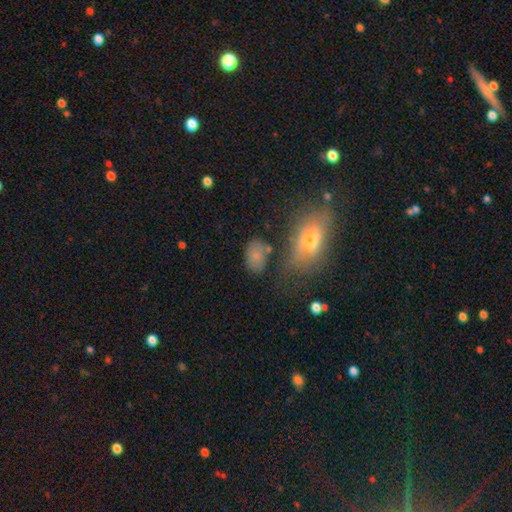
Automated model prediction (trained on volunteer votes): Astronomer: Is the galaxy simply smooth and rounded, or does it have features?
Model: smooth — 76%.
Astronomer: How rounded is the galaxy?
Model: in between — 82%.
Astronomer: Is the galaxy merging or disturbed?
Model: none — 63%.